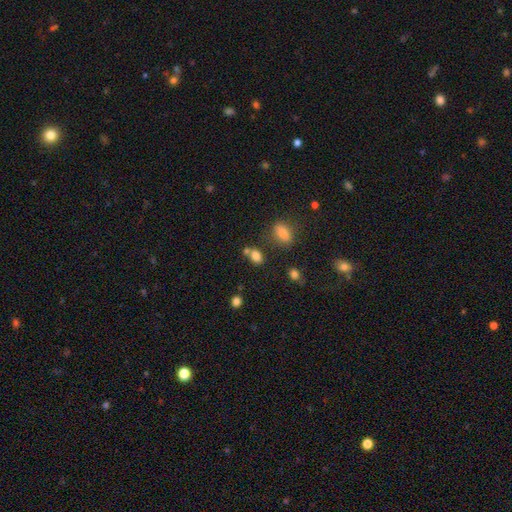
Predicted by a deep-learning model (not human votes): Overall: smooth (78%). How rounded: in between (69%; round 29%). Merging: none (48%; merger 33%).